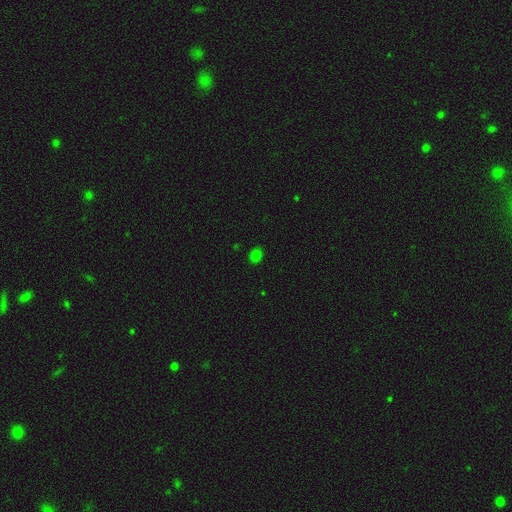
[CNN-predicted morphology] Smooth or featured? Predicted: smooth (p=0.78). How rounded? Predicted: in between (p=0.51). Merging? Predicted: none (p=0.88).